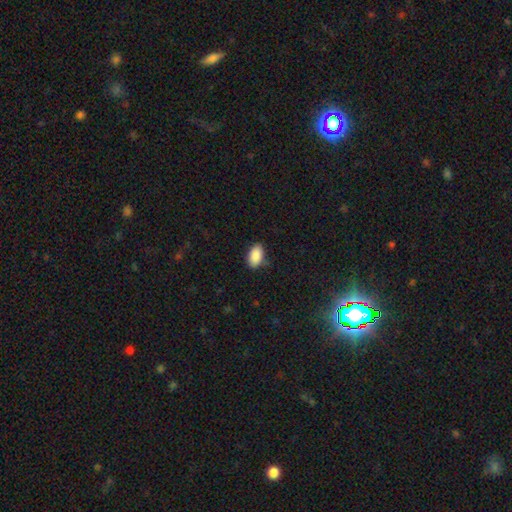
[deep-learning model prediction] Smooth or featured: smooth — 89% (star or artifact — 7%)
How rounded: in between — 93% (round — 5%)
Merging: none — 83% (minor disturbance — 13%)